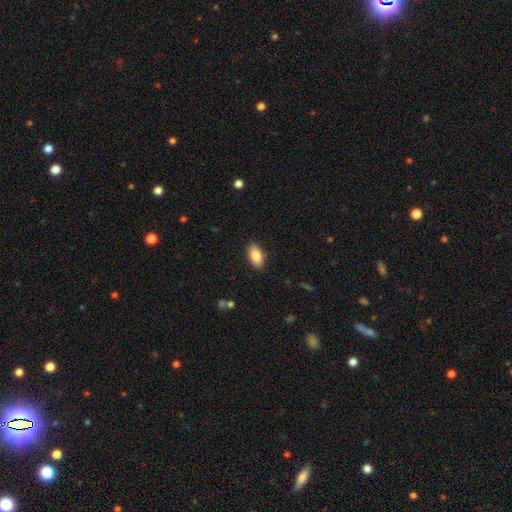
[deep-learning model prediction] Morphology: type=smooth (86%); roundness=in between (91%); merging=none (88%).